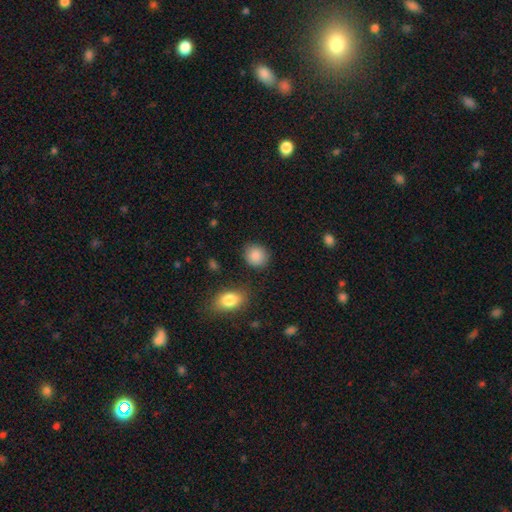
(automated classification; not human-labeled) This appears to be a smooth galaxy with no disk features (89%) that is round (77%). Merging: none (84%).